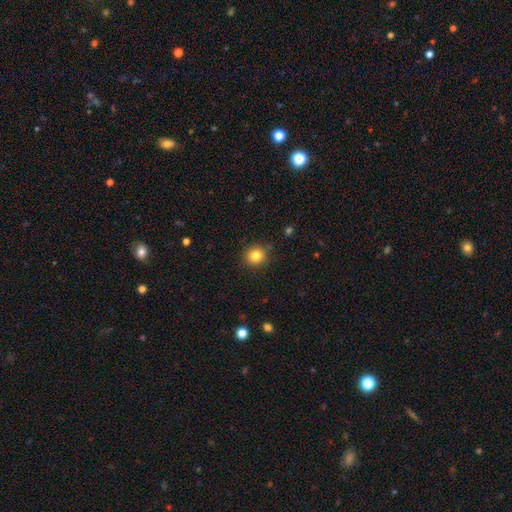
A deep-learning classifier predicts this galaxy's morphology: This is clearly a smooth galaxy (83%). How rounded: clearly round (90%). Merging: clearly none (89%).